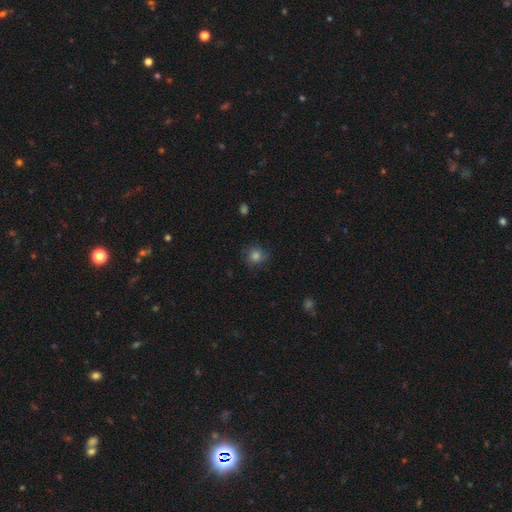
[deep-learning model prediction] The model was most divided on "merging": none: 79%, minor disturbance: 15%, major disturbance: 5%, merger: 1%. More confident: how rounded — round (87%); smooth or featured — smooth (77%).